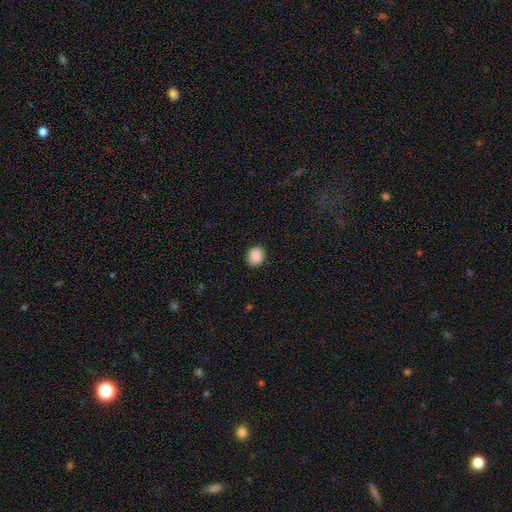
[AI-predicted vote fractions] smooth-or-featured: smooth: 87% | star or artifact: 8% | featured or disk: 5%
  how-rounded: round: 59% | in between: 40% | cigar-shaped: 1%
  merging: none: 86% | minor disturbance: 10% | major disturbance: 2% | merger: 1%